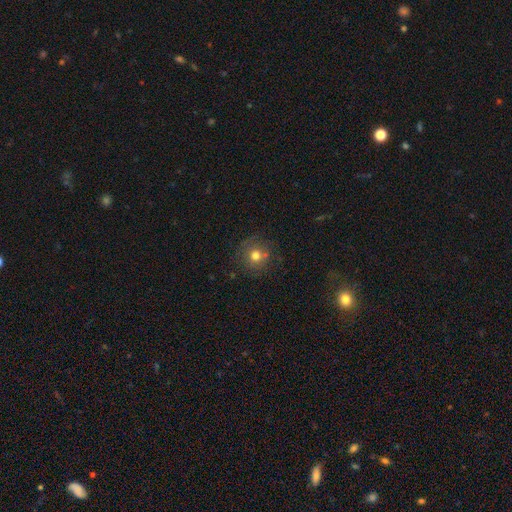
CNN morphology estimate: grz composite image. It shows a smooth galaxy with no disk features (72%) that is round (92%). Merging: none (77%).